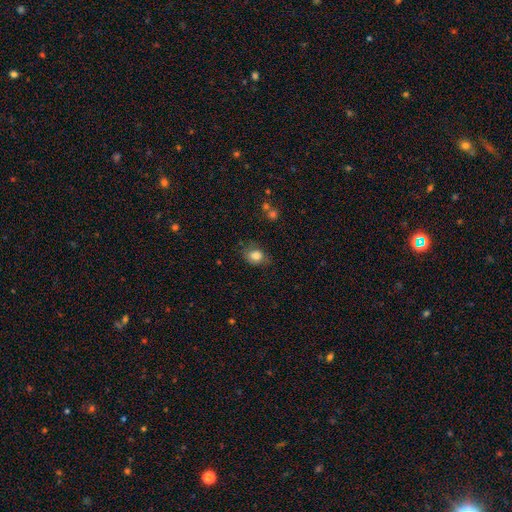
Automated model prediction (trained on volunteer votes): smooth_or_featured: smooth (p=0.82) [alt: star or artifact p=0.09]
how_rounded: round (p=0.51) [alt: in between p=0.48]
merging: none (p=0.63) [alt: minor disturbance p=0.26]